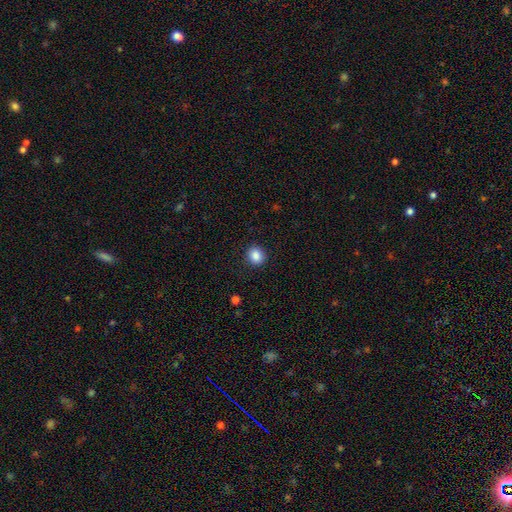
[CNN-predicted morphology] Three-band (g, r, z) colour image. It shows a smooth galaxy with no disk features (87%) that is round (82%). Merging: none (91%).